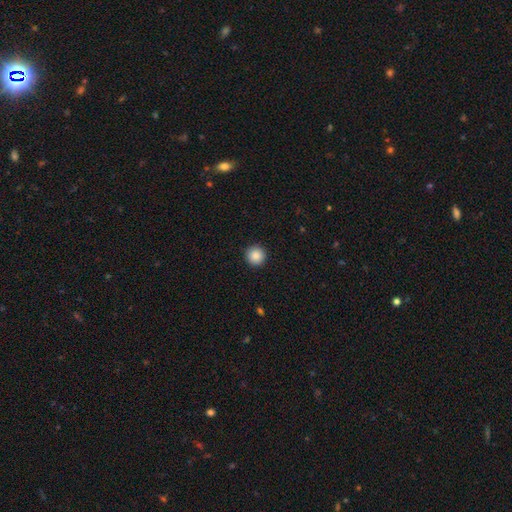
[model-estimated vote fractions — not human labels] smooth-or-featured: smooth: 87% | star or artifact: 9% | featured or disk: 4%
  how-rounded: round: 96% | in between: 3% | cigar-shaped: 1%
  merging: none: 93% | minor disturbance: 5% | major disturbance: 2% | merger: 1%